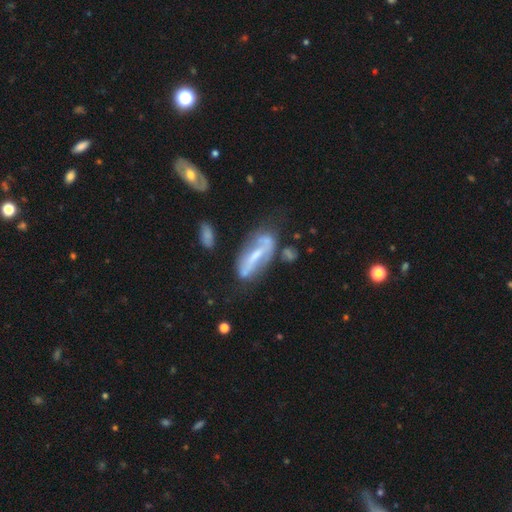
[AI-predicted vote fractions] Overall: featured or disk (70%). Edge-on disk: no (78%). Bar: strong (57%; weak 24%). Spiral arms: yes (62%; no 38%). Bulge size: small (50%; moderate 32%). Merging: none (51%; minor disturbance 24%).